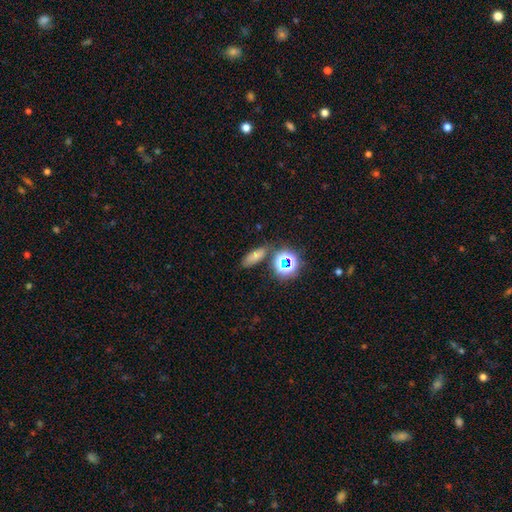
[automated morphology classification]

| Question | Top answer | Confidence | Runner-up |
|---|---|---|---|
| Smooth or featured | smooth | 65% | star or artifact (23%) |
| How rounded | in between | 67% | cigar-shaped (21%) |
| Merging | none | 76% | minor disturbance (12%) |